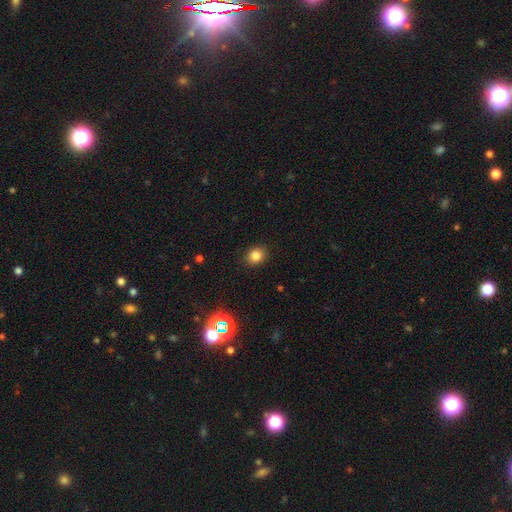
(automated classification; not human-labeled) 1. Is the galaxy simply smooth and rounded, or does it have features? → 83% smooth, 12% star or artifact, 5% featured or disk.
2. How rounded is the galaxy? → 69% round, 30% in between, 1% cigar-shaped.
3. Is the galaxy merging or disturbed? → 90% none, 7% minor disturbance, 2% major disturbance, 1% merger.